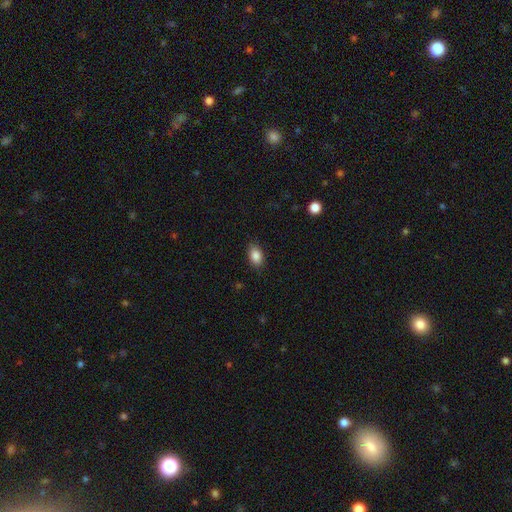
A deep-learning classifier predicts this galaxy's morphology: The model was most divided on "merging": none: 84%, minor disturbance: 12%, major disturbance: 3%, merger: 1%. More confident: smooth or featured — smooth (87%); how rounded — in between (85%).